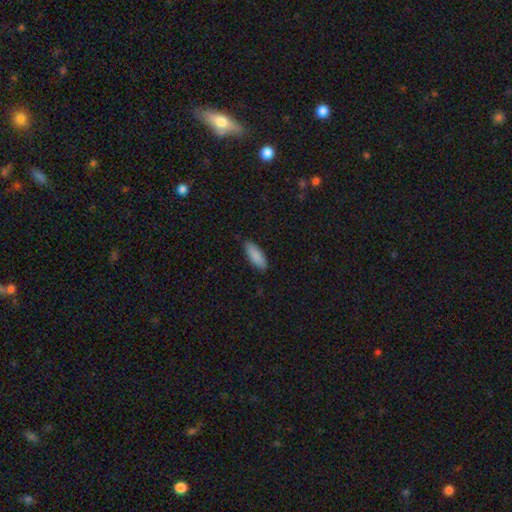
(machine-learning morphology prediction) Overall: smooth (89%). How rounded: in between (71%). Merging: none (86%).